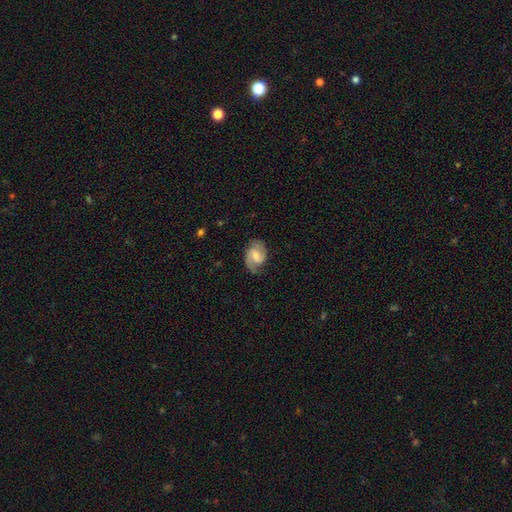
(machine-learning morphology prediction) Smooth or featured? featured or disk (76%)
Edge-on disk? no (98%)
Bar? weak (55%)
Spiral arms? yes (95%)
Spiral winding? medium (51%)
Spiral arm count? 2 (86%)
Bulge size? small (44%)
Merging? none (73%)